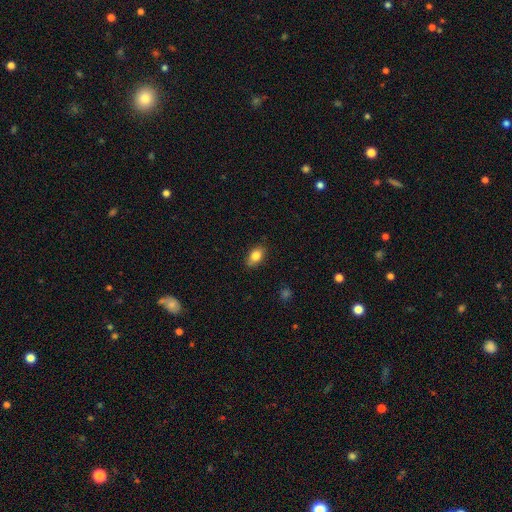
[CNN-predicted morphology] type=smooth (83%); roundness=in between (86%); merging=none (84%).